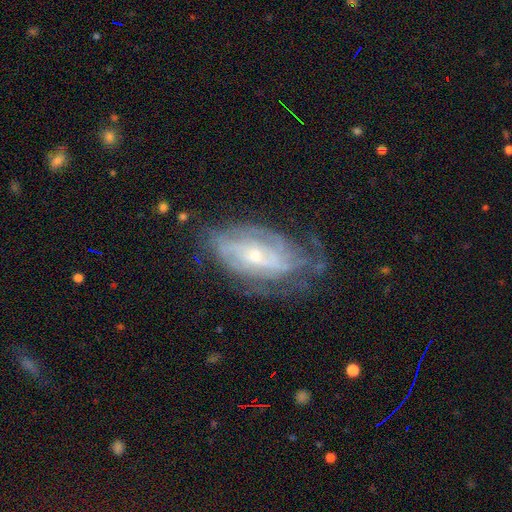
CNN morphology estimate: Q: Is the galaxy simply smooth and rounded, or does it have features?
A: featured or disk — 81%.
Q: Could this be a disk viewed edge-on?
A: no — 93%.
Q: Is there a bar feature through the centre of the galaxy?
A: no — 55%.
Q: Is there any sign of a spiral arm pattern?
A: yes — 88%.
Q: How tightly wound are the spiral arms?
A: tight — 61%.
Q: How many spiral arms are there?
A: can't tell — 48%.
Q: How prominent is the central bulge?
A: small — 60%.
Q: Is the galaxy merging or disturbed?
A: none — 60%.